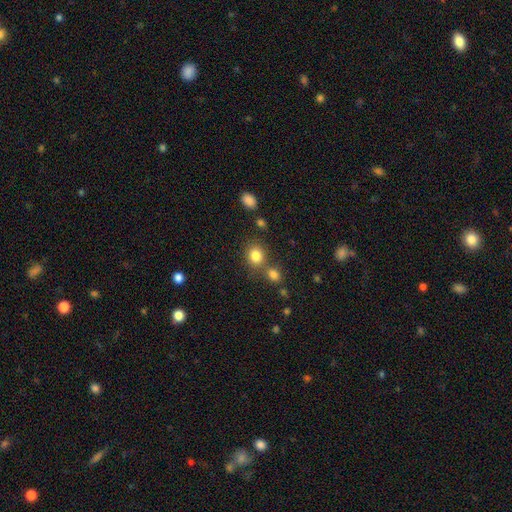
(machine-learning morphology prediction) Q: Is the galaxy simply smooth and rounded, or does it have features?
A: smooth — 82%.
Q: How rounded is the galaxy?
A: round — 76%.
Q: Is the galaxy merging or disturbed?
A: none — 65%.